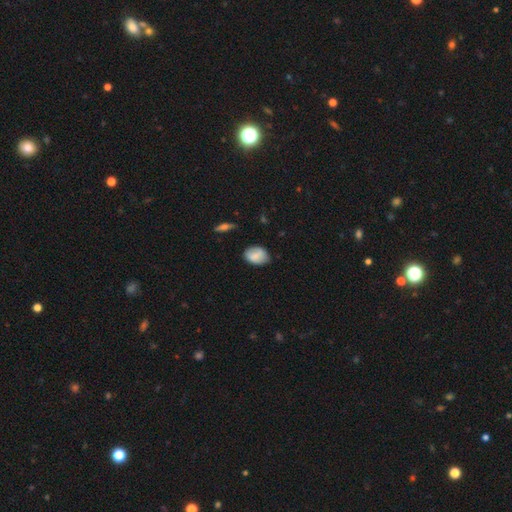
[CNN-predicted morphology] This appears to be a smooth galaxy with no disk features (80%) that is in between round and cigar-shaped (76%). Merging: none (70%).